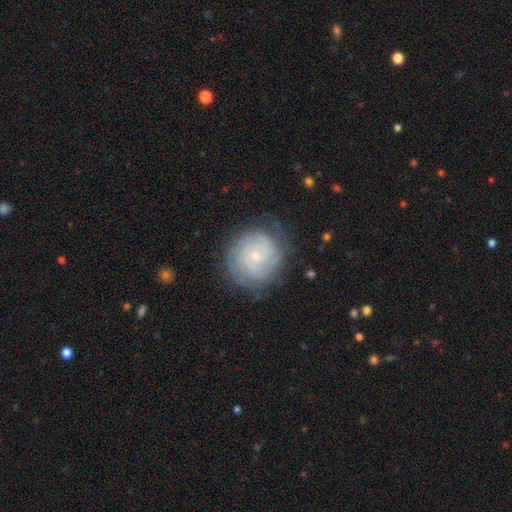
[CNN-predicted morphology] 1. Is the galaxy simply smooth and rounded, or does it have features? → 66% featured or disk, 26% smooth, 8% star or artifact.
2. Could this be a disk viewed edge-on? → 97% no, 3% yes.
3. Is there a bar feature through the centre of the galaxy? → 79% no, 18% weak, 3% strong.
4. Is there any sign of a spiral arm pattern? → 89% yes, 11% no.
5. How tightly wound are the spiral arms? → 74% tight, 20% medium, 6% loose.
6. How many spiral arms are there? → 47% can't tell, 18% 2, 15% 3, 10% 4, 5% more than 4, 5% 1.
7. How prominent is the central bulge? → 76% small, 20% moderate, 2% none, 1% large, 1% dominant.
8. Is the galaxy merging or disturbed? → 73% none, 18% minor disturbance, 8% major disturbance, 1% merger.